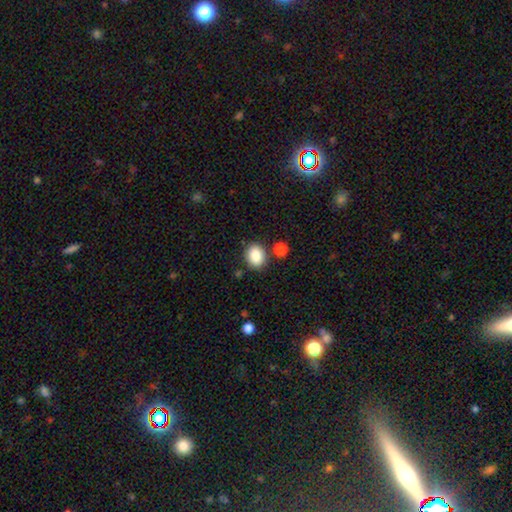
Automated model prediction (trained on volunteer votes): smooth_or_featured: smooth (p=0.86) [alt: star or artifact p=0.09]
how_rounded: round (p=0.53) [alt: in between p=0.46]
merging: none (p=0.81) [alt: minor disturbance p=0.09]